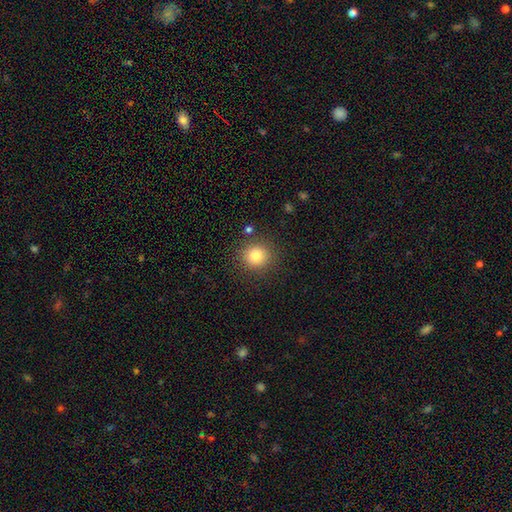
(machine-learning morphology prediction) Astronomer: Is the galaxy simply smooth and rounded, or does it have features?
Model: smooth — 82%.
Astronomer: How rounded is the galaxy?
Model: round — 90%.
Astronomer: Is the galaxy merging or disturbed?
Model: none — 87%.